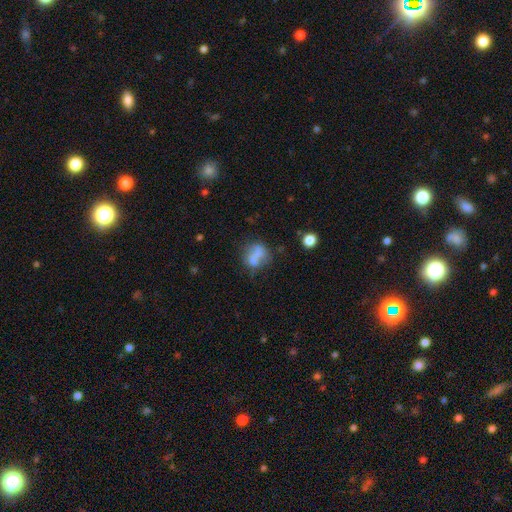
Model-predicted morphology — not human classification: type=smooth (60%); roundness=in between (51%); merging=none (40%).